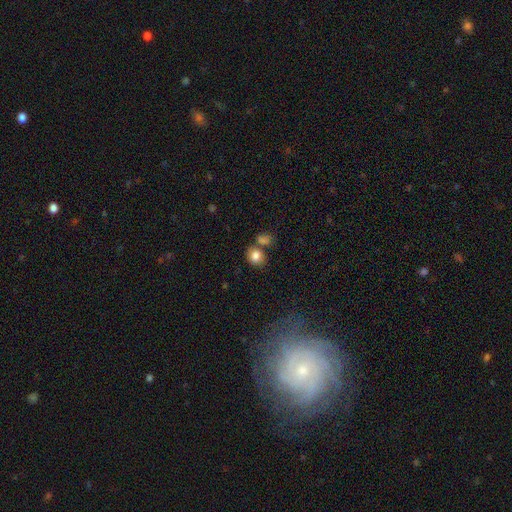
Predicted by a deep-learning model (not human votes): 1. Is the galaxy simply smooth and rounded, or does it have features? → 83% smooth, 10% star or artifact, 8% featured or disk.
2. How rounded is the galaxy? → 62% round, 37% in between, 1% cigar-shaped.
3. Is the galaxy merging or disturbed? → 59% none, 24% merger, 13% minor disturbance, 5% major disturbance.